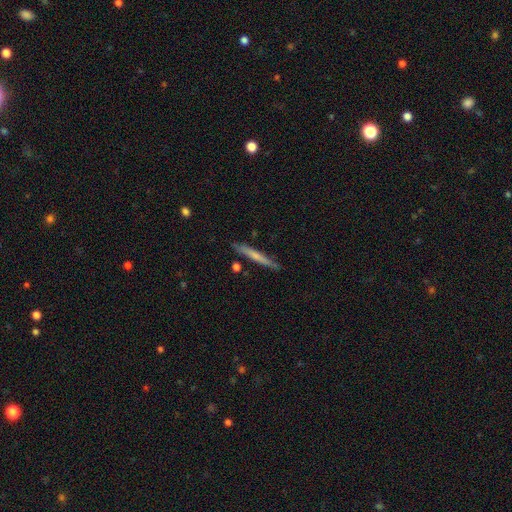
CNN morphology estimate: Smooth or featured: smooth — 52% (featured or disk — 42%)
How rounded: cigar-shaped — 96% (in between — 3%)
Merging: none — 85% (minor disturbance — 11%)